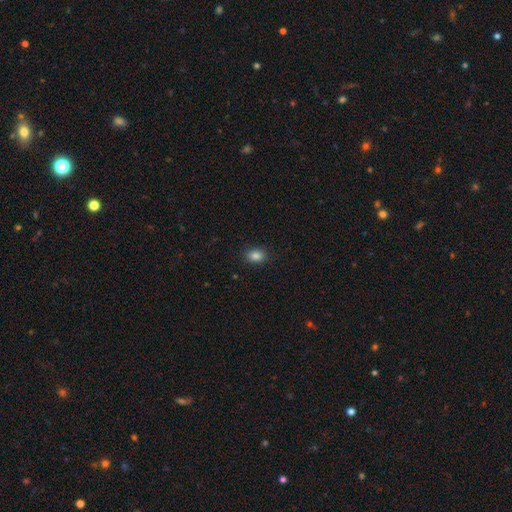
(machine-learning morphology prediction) Smooth or featured: smooth — 85% (star or artifact — 11%)
How rounded: in between — 67% (round — 32%)
Merging: none — 89% (minor disturbance — 8%)